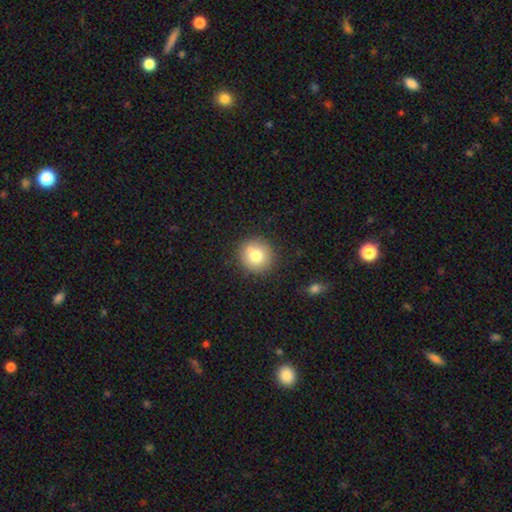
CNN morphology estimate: A smooth galaxy with no disk features (76%) that is round (91%). Merging: none (74%).